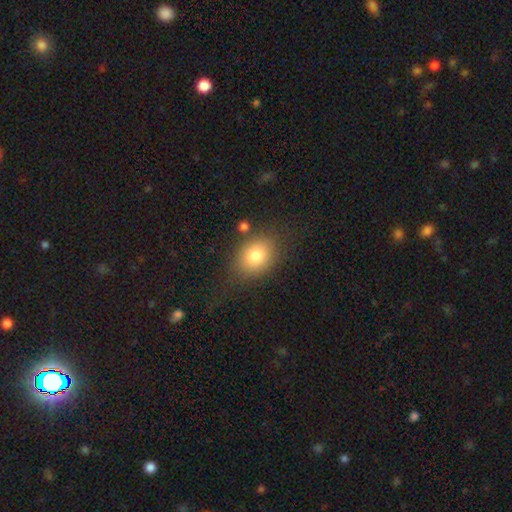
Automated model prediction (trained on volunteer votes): The model was most divided on "how rounded": in between: 62%, round: 37%, cigar-shaped: 1%. More confident: smooth or featured — smooth (80%); merging — none (74%).